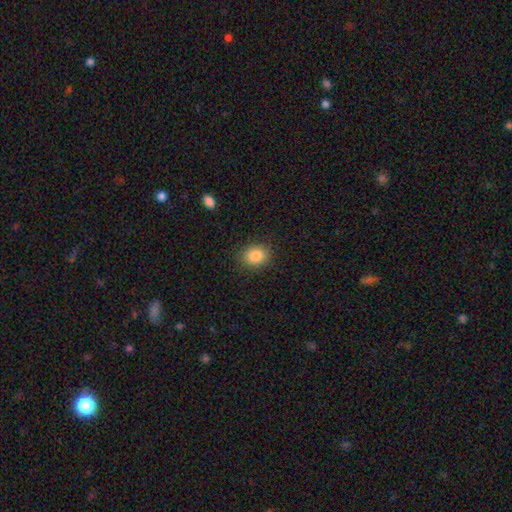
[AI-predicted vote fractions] Smooth or featured? Predicted: smooth (p=0.86). How rounded? Predicted: round (p=0.56). Merging? Predicted: none (p=0.88).